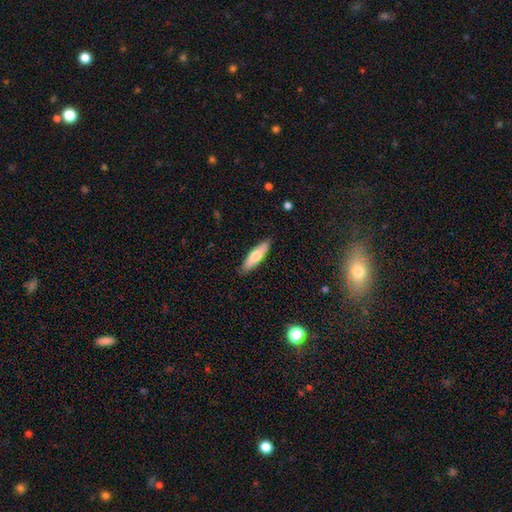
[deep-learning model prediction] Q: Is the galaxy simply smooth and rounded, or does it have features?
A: smooth — 66%.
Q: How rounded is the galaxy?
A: cigar-shaped — 68%.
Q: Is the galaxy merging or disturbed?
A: none — 88%.